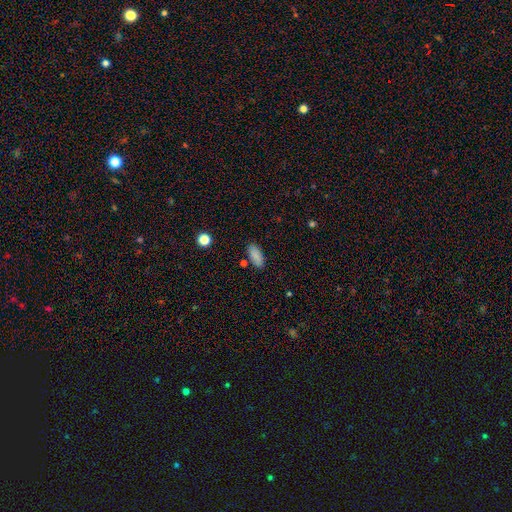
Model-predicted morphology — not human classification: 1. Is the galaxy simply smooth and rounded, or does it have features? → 87% smooth, 8% star or artifact, 5% featured or disk.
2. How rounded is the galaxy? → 80% in between, 17% cigar-shaped, 2% round.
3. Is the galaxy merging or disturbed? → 84% none, 10% minor disturbance, 3% merger, 3% major disturbance.